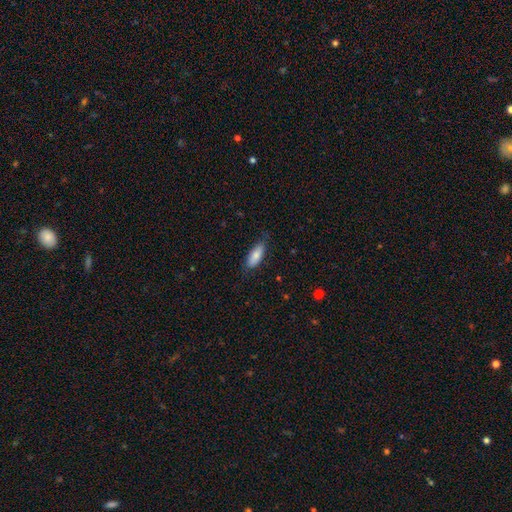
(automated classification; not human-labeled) Smooth or featured? smooth (80%)
How rounded? in between (75%)
Merging? none (77%)